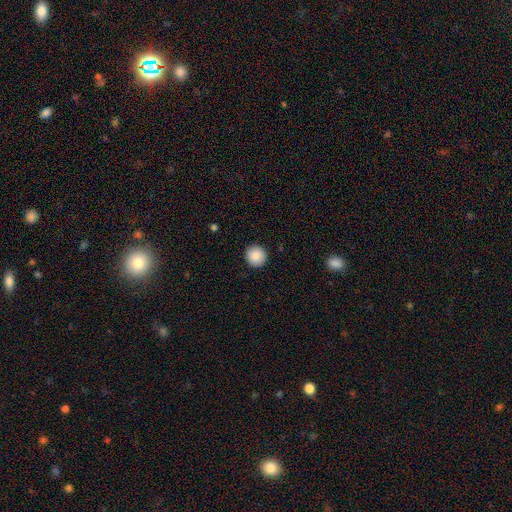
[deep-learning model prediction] smooth_or_featured: smooth (p=0.87) [alt: star or artifact p=0.08]
how_rounded: round (p=0.95) [alt: in between p=0.04]
merging: none (p=0.93) [alt: minor disturbance p=0.05]